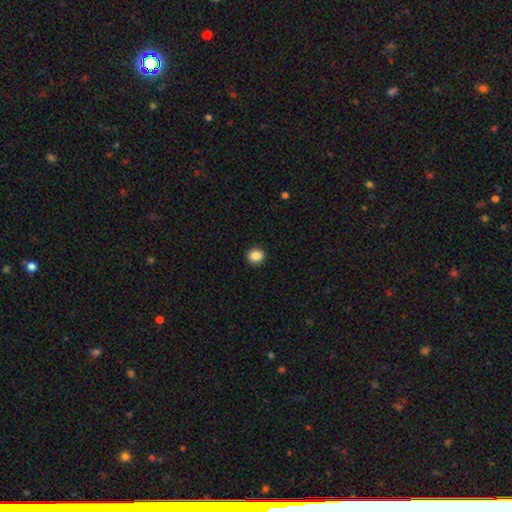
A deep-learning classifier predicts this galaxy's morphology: smooth 87%, star or artifact 9%, featured or disk 3%. Down the decision tree: how rounded — round (85%); merging — none (92%).